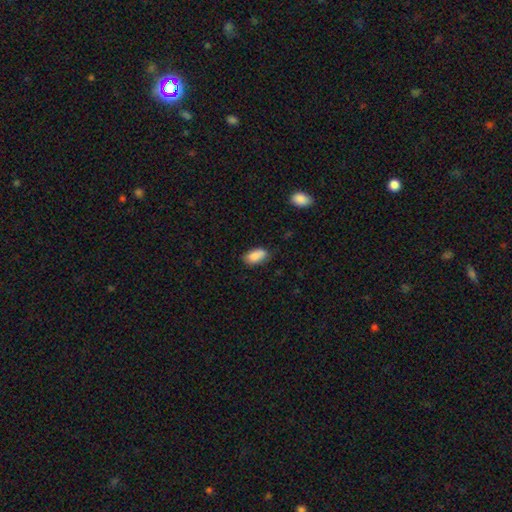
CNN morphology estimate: type=smooth (87%); roundness=in between (91%); merging=none (72%).